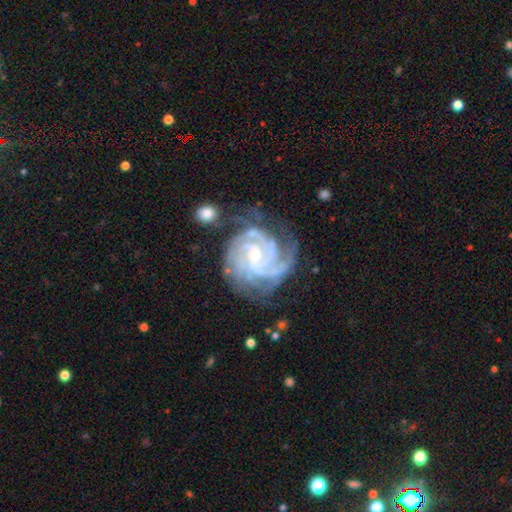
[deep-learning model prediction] Smooth or featured?
  - featured or disk: 91% *
  - star or artifact: 5%
  - smooth: 4%
Edge-on disk?
  - no: 98% *
  - yes: 2%
Bar?
  - no: 47% *
  - weak: 42%
  - strong: 11%
Spiral arms?
  - yes: 98% *
  - no: 2%
Spiral winding?
  - tight: 70% *
  - medium: 26%
  - loose: 4%
Spiral arm count?
  - 3: 30% *
  - 4: 25%
  - can't tell: 17%
  - 2: 13%
  - more than 4: 8%
  - 1: 6%
Bulge size?
  - small: 61% *
  - moderate: 32%
  - none: 4%
  - large: 2%
  - dominant: 1%
Merging?
  - none: 66% *
  - minor disturbance: 20%
  - major disturbance: 10%
  - merger: 3%